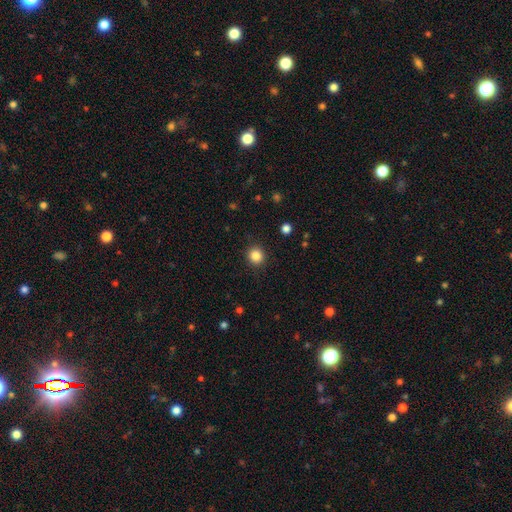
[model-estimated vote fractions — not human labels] A smooth galaxy with no disk features (85%) that is round (90%).

Vote fractions:
- Smooth or featured? smooth: 85% / star or artifact: 11% / featured or disk: 4%
- How rounded? round: 90% / in between: 9% / cigar-shaped: 1%
- Merging? none: 91% / minor disturbance: 6% / major disturbance: 2% / merger: 1%